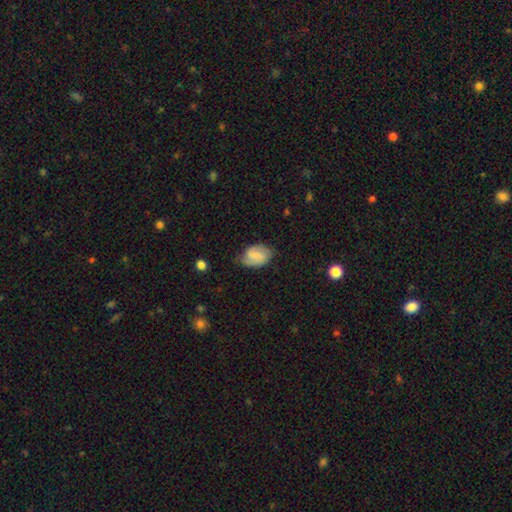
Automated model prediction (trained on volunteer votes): A featured or disk galaxy (51%). Merging: none (67%).